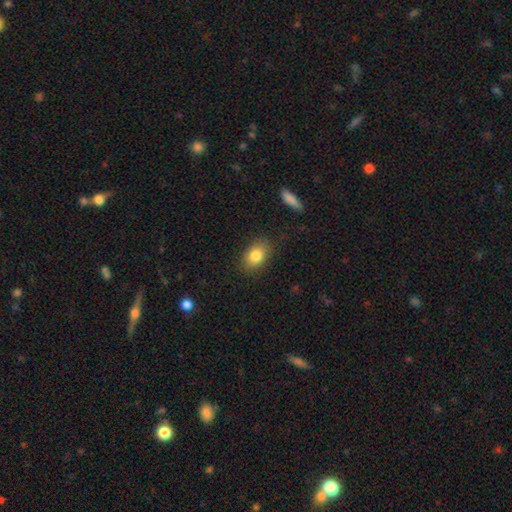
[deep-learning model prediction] The model was most divided on "how rounded": in between: 76%, round: 22%, cigar-shaped: 2%. More confident: merging — none (83%); smooth or featured — smooth (82%).